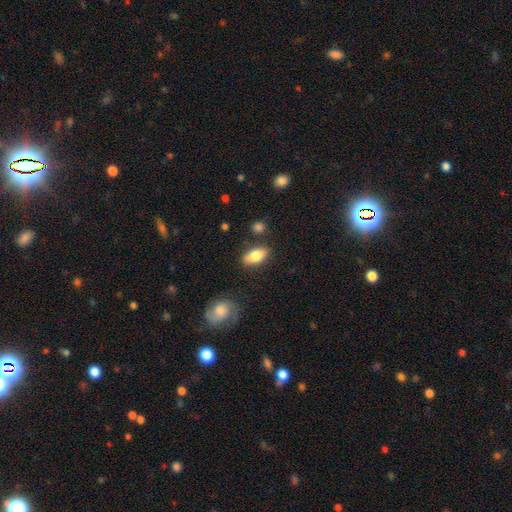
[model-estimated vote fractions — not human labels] This appears to be a smooth galaxy with no disk features (76%) that is in between round and cigar-shaped (86%). Merging: none (82%).